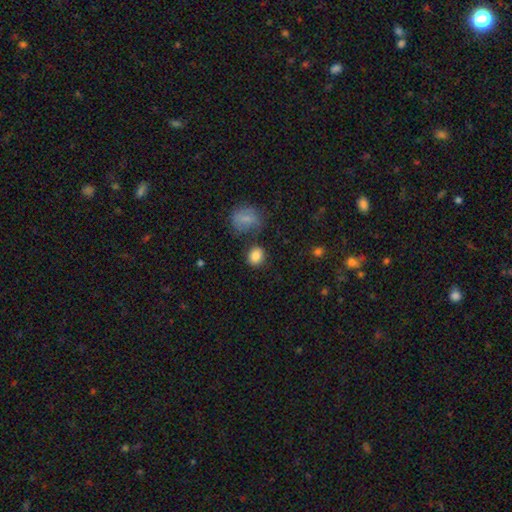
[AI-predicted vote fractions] Smooth or featured: smooth — 85% (star or artifact — 9%)
How rounded: round — 68% (in between — 31%)
Merging: none — 76% (minor disturbance — 13%)